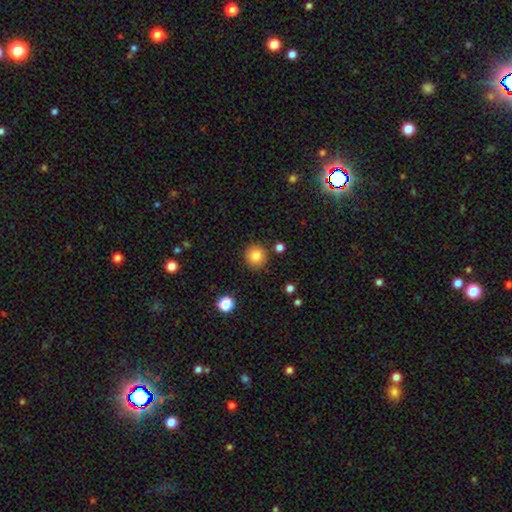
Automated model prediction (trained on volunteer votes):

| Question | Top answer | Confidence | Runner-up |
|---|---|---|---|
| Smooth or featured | smooth | 85% | star or artifact (10%) |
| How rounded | round | 93% | in between (6%) |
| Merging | none | 88% | minor disturbance (7%) |